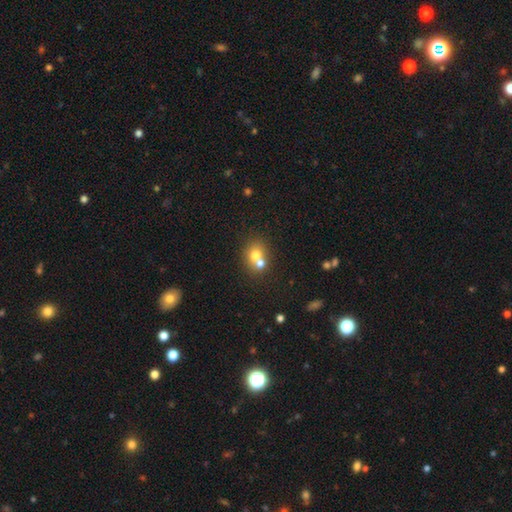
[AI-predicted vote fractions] Overall: smooth (70%). How rounded: round (68%; in between 31%). Merging: merger (56%; none 35%).